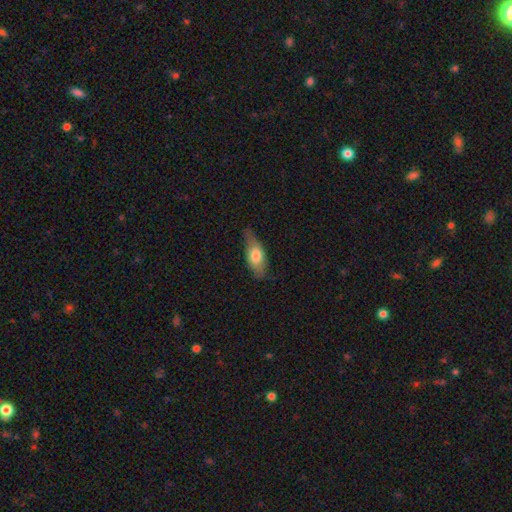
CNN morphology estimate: The model was most divided on "merging": none: 63%, minor disturbance: 29%, major disturbance: 7%, merger: 1%. More confident: how rounded — in between (77%); smooth or featured — smooth (67%).